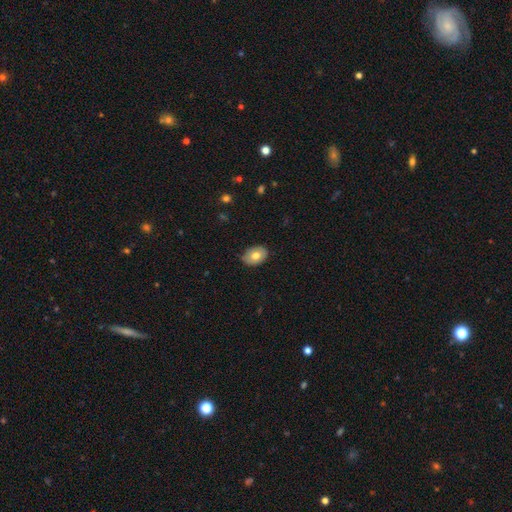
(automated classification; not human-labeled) Q: Smooth or featured?
A: smooth (73%); runner-up: featured or disk (20%)
Q: How rounded?
A: in between (78%); runner-up: round (21%)
Q: Merging?
A: none (81%); runner-up: minor disturbance (16%)